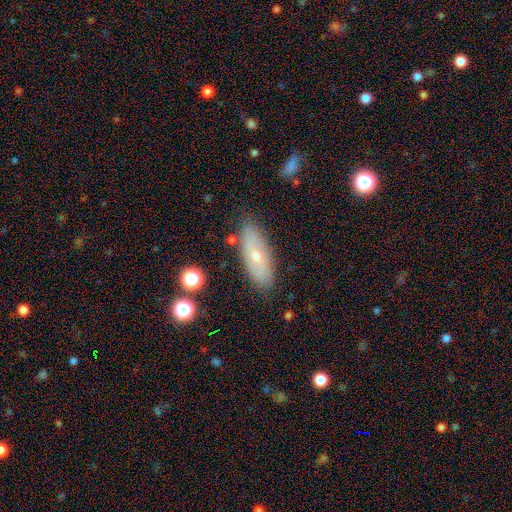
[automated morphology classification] Smooth or featured? smooth (51%)
How rounded? in between (69%)
Merging? none (81%)